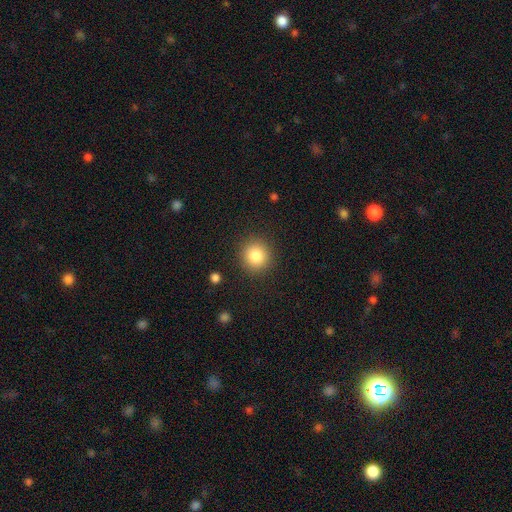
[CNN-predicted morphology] smooth 83%, star or artifact 10%, featured or disk 7%. Down the decision tree: how rounded — round (91%); merging — none (89%).